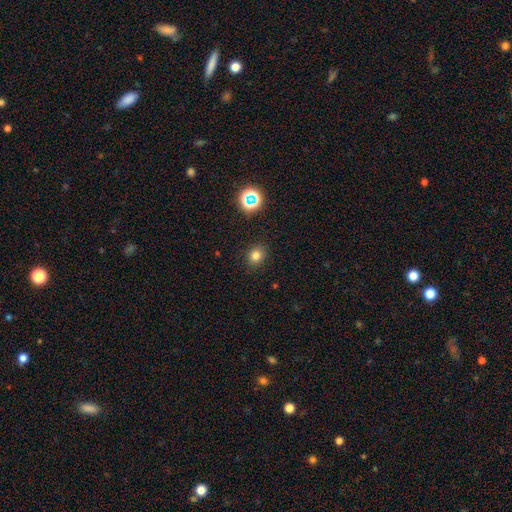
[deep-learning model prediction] smooth 77%, star or artifact 16%, featured or disk 7%. Down the decision tree: how rounded — round (66%); merging — none (88%).